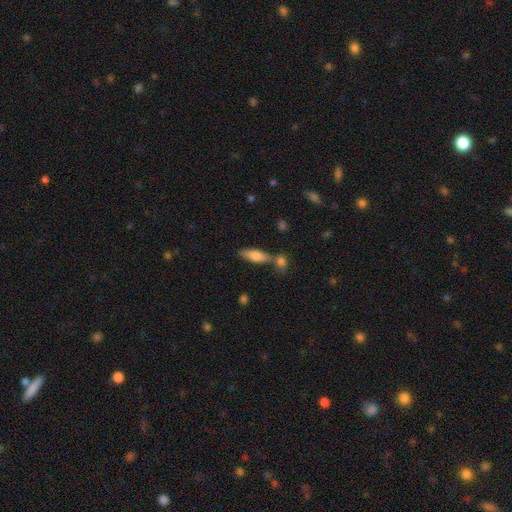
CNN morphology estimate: smooth_or_featured: smooth (p=0.75) [alt: featured or disk p=0.18]
how_rounded: in between (p=0.52) [alt: cigar-shaped p=0.45]
merging: none (p=0.62) [alt: merger p=0.22]